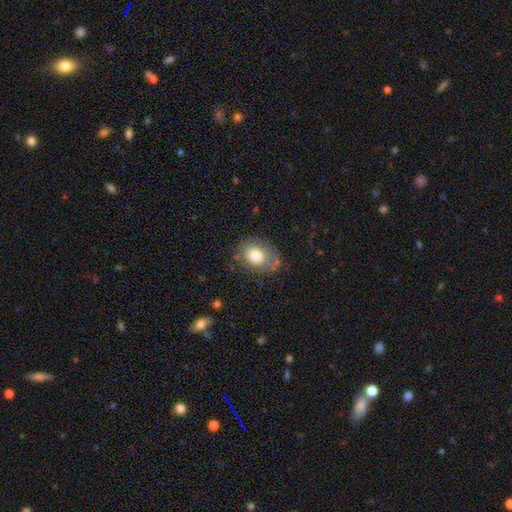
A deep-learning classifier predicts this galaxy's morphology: A smooth galaxy with no disk features (77%) that is in between round and cigar-shaped (53%). Merging: none (70%).